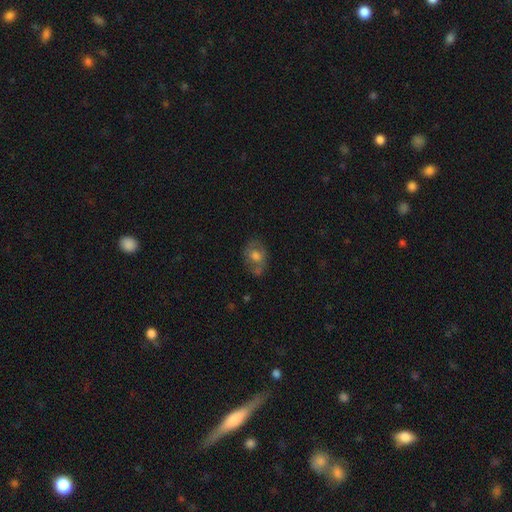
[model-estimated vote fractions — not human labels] Overall: smooth (55%; featured or disk 36%). How rounded: in between (67%; round 32%). Merging: none (58%; minor disturbance 23%).